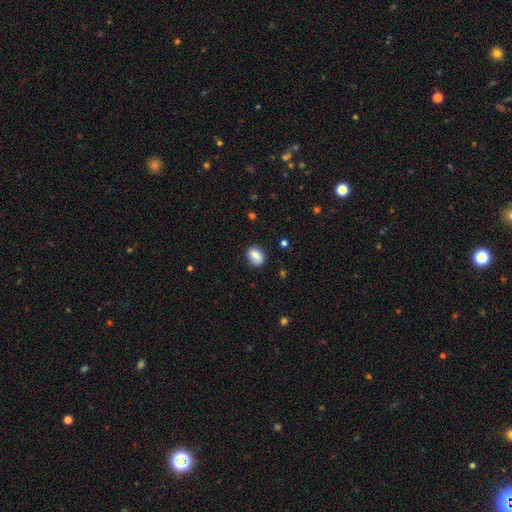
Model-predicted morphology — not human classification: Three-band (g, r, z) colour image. It shows a smooth galaxy with no disk features (83%) that is in between round and cigar-shaped (63%). Merging: none (80%).